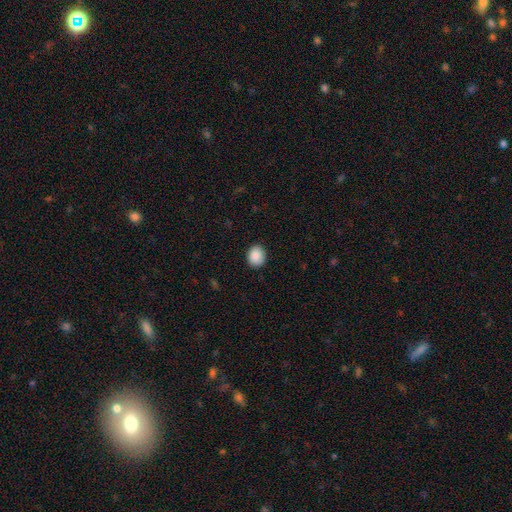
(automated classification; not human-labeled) The model was most divided on "how rounded": round: 62%, in between: 37%, cigar-shaped: 1%. More confident: smooth or featured — smooth (89%); merging — none (88%).